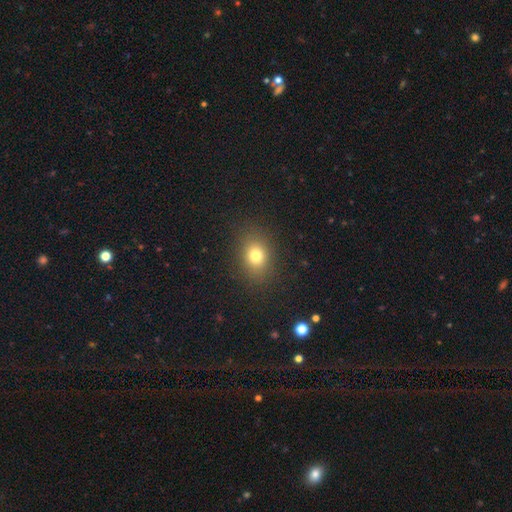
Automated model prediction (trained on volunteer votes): Smooth or featured: smooth — 77% (star or artifact — 14%)
How rounded: in between — 52% (round — 47%)
Merging: none — 86% (minor disturbance — 9%)